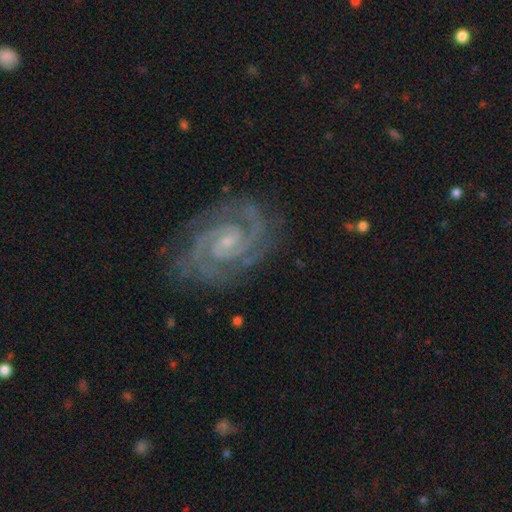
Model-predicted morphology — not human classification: A featured or disk galaxy (92%) with no bar (50%), 2 (78%) tight (65%) spiral arms (99%) and a small central bulge (75%). Merging: none (81%).